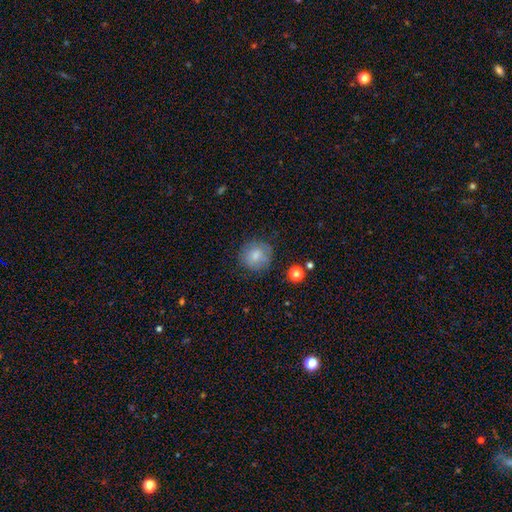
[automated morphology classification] This is likely a smooth galaxy (77%). How rounded: clearly round (89%). Merging: likely none (77%).